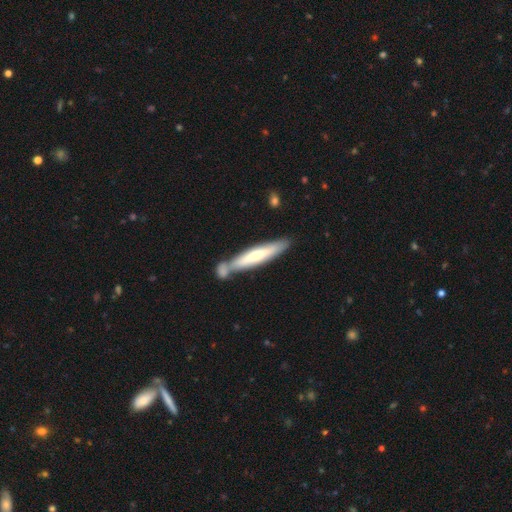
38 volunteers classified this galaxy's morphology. Smooth or featured? 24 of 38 (63%) said smooth. How rounded? 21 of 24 (88%) said cigar-shaped. Merging? 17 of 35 (49%) said none.